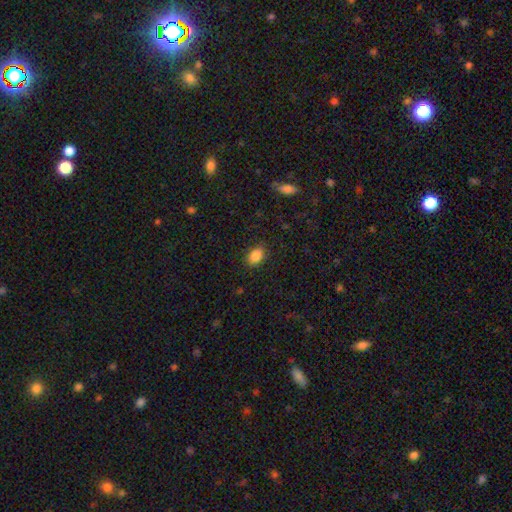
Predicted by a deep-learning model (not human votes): Smooth or featured? Predicted: smooth (p=0.87). How rounded? Predicted: in between (p=0.82). Merging? Predicted: none (p=0.87).